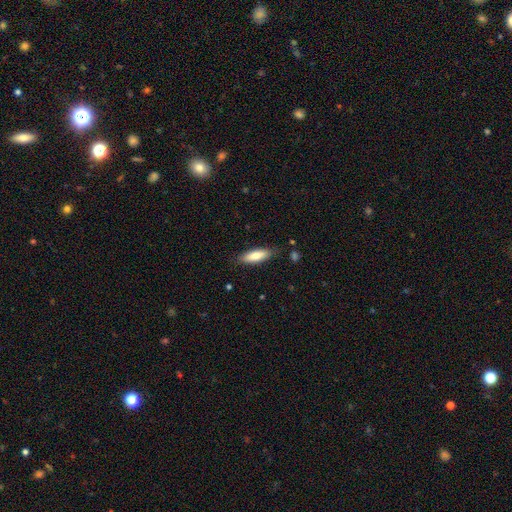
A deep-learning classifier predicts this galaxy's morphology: smooth_or_featured: smooth (p=0.79) [alt: featured or disk p=0.16]
how_rounded: in between (p=0.54) [alt: cigar-shaped p=0.44]
merging: none (p=0.83) [alt: minor disturbance p=0.13]